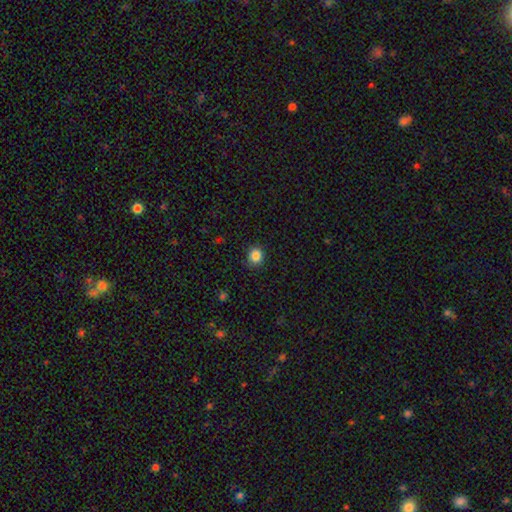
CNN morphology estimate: Q: Smooth or featured?
A: smooth (85%); runner-up: star or artifact (11%)
Q: How rounded?
A: round (84%); runner-up: in between (15%)
Q: Merging?
A: none (88%); runner-up: minor disturbance (9%)